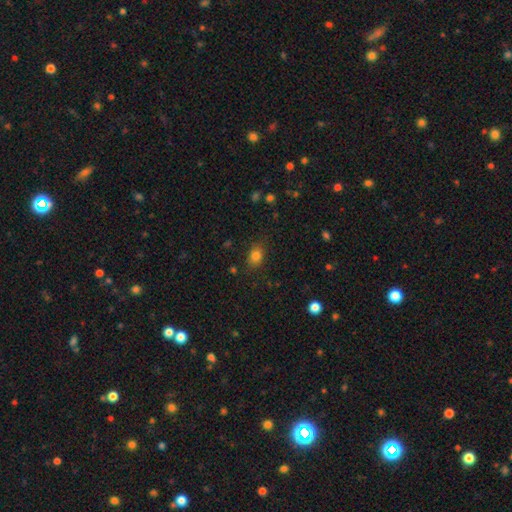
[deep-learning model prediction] Q: Smooth or featured?
A: smooth (81%); runner-up: star or artifact (12%)
Q: How rounded?
A: in between (67%); runner-up: round (31%)
Q: Merging?
A: none (82%); runner-up: minor disturbance (13%)